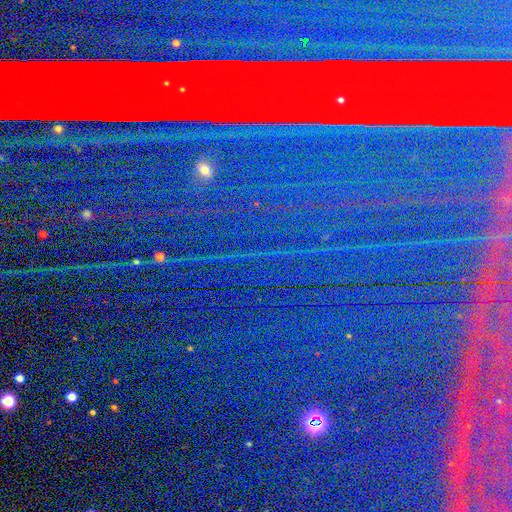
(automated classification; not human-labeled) This appears to be a star or artifact, not a galaxy (85%).